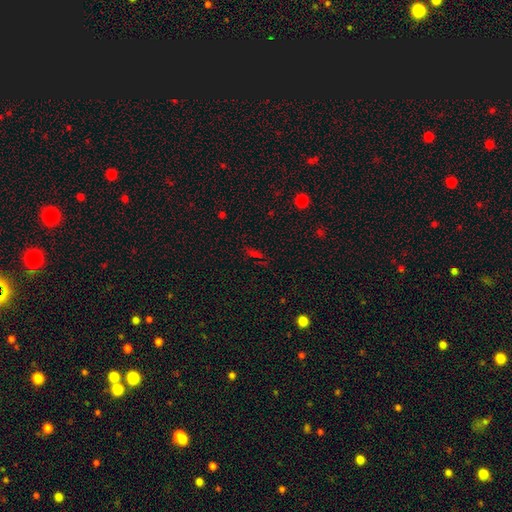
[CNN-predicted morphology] star or artifact 50%, smooth 39%, featured or disk 11%.